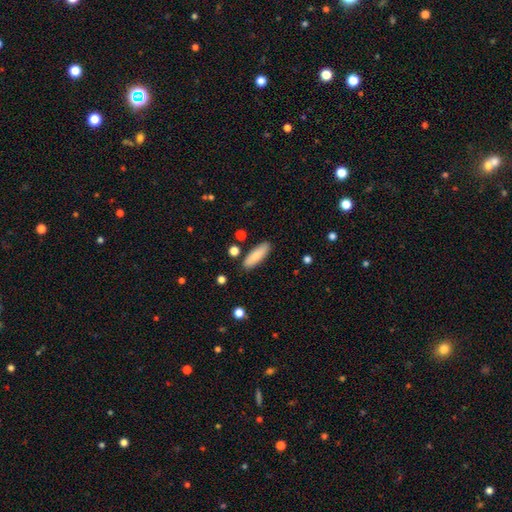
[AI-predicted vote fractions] Smooth or featured?
  - smooth: 84% *
  - featured or disk: 10%
  - star or artifact: 6%
How rounded?
  - in between: 56% *
  - cigar-shaped: 43%
  - round: 2%
Merging?
  - none: 87% *
  - minor disturbance: 9%
  - merger: 2%
  - major disturbance: 2%